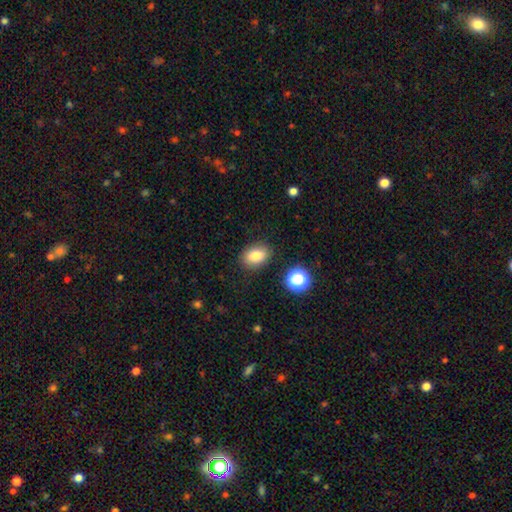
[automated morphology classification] smooth-or-featured: smooth: 83% | star or artifact: 10% | featured or disk: 7%
  how-rounded: in between: 81% | round: 18% | cigar-shaped: 1%
  merging: none: 85% | minor disturbance: 10% | major disturbance: 3% | merger: 2%